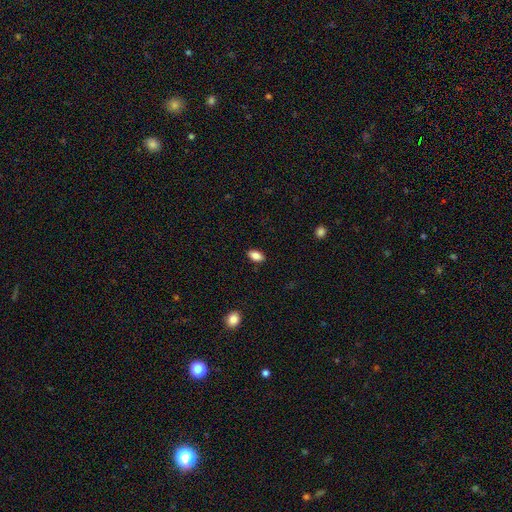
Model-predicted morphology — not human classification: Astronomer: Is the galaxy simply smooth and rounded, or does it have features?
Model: smooth — 85%.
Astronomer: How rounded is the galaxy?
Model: in between — 90%.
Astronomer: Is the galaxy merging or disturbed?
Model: none — 88%.